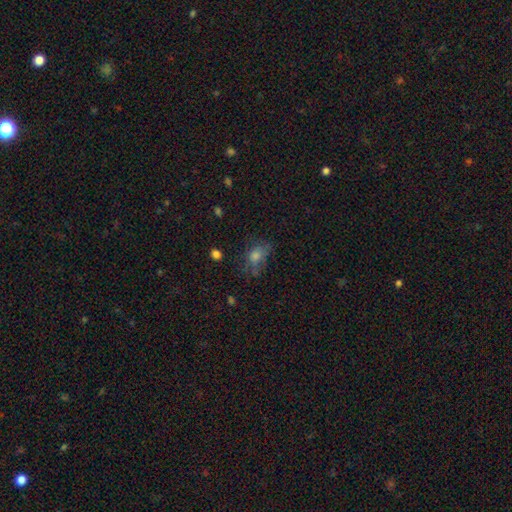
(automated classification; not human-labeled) Q: Smooth or featured?
A: smooth (56%); runner-up: featured or disk (22%)
Q: How rounded?
A: in between (61%); runner-up: round (36%)
Q: Merging?
A: none (55%); runner-up: minor disturbance (24%)